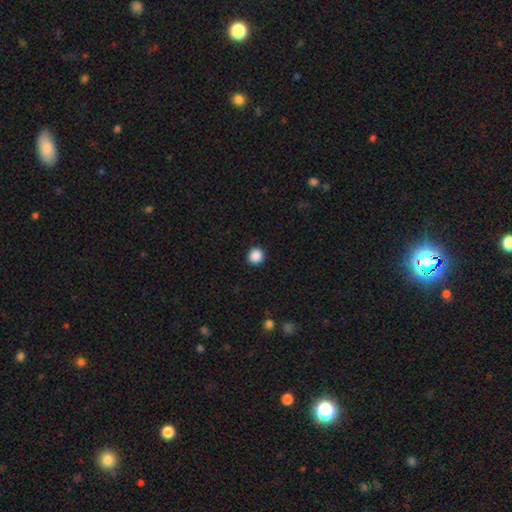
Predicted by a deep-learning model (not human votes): Smooth or featured? smooth (88%)
How rounded? round (95%)
Merging? none (93%)